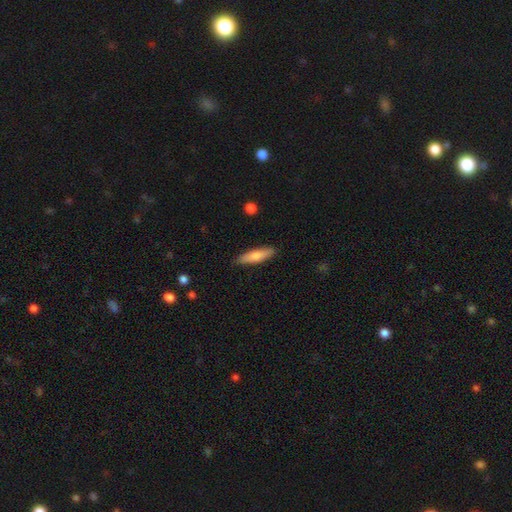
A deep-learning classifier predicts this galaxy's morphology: This is likely a smooth galaxy (75%). How rounded: likely cigar-shaped (68%). Merging: clearly none (86%).